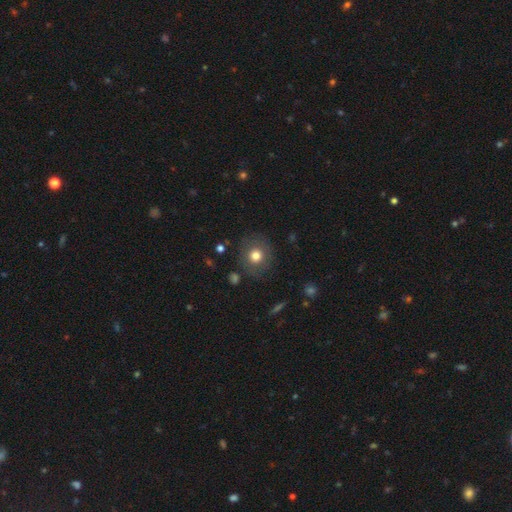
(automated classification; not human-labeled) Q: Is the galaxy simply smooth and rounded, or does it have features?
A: smooth — 74%.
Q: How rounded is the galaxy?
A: round — 88%.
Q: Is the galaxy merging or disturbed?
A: none — 85%.